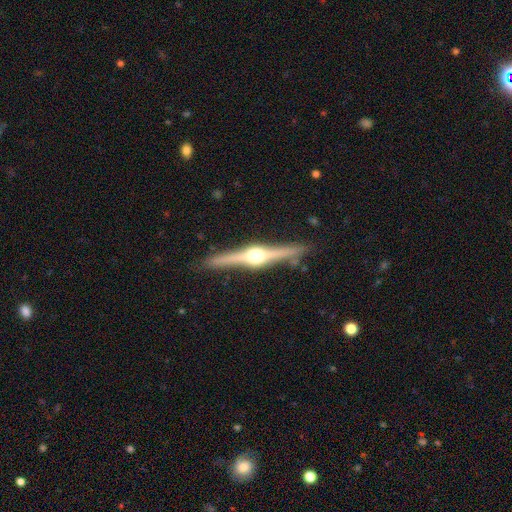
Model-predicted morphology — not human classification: Q: Smooth or featured?
A: featured or disk (84%); runner-up: smooth (11%)
Q: Edge-on disk?
A: yes (98%); runner-up: no (2%)
Q: Edge-on bulge?
A: rounded (95%); runner-up: boxy (4%)
Q: Merging?
A: none (89%); runner-up: minor disturbance (8%)